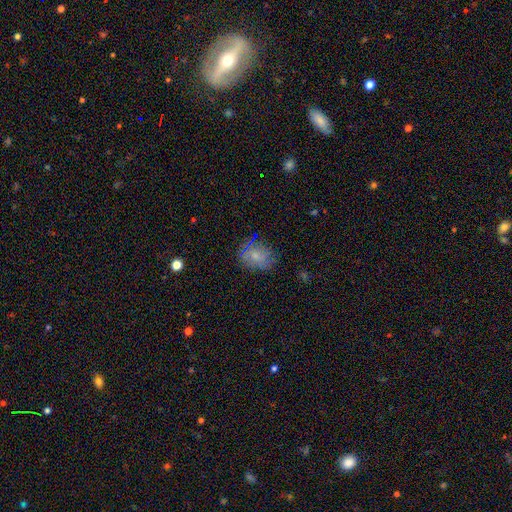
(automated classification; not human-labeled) smooth_or_featured: smooth (p=0.65) [alt: featured or disk p=0.21]
how_rounded: in between (p=0.61) [alt: round p=0.37]
merging: none (p=0.73) [alt: minor disturbance p=0.19]